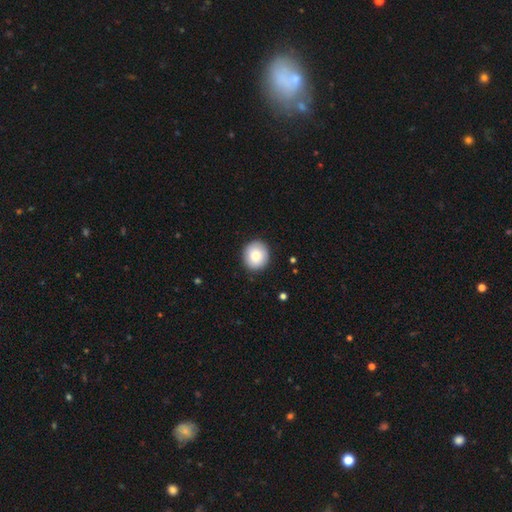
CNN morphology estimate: Overall: smooth (83%). How rounded: round (84%). Merging: none (90%).